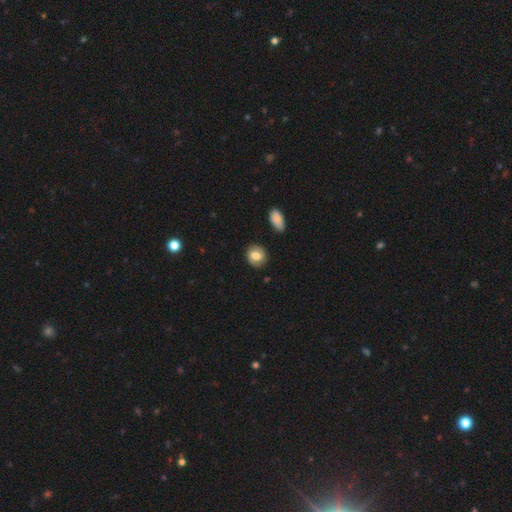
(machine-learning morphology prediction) This appears to be a smooth galaxy with no disk features (64%) that is round (62%). Merging: none (82%).